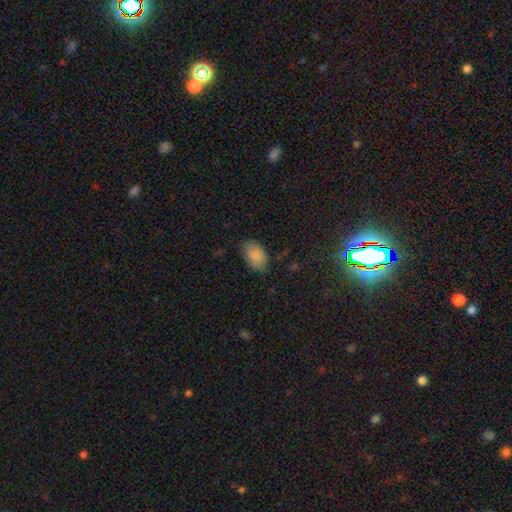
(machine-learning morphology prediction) smooth 88%, star or artifact 7%, featured or disk 5%. Down the decision tree: how rounded — in between (89%); merging — none (82%).